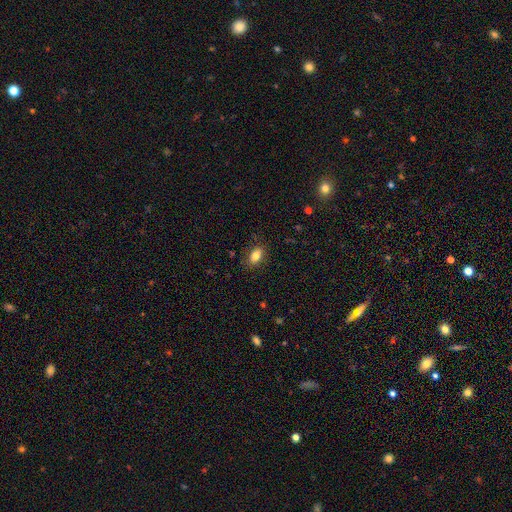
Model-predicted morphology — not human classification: A smooth galaxy with no disk features (84%) that is in between round and cigar-shaped (87%).

Vote fractions:
- Smooth or featured? smooth: 84% / star or artifact: 9% / featured or disk: 8%
- How rounded? in between: 87% / round: 10% / cigar-shaped: 3%
- Merging? none: 85% / minor disturbance: 11% / major disturbance: 3% / merger: 1%